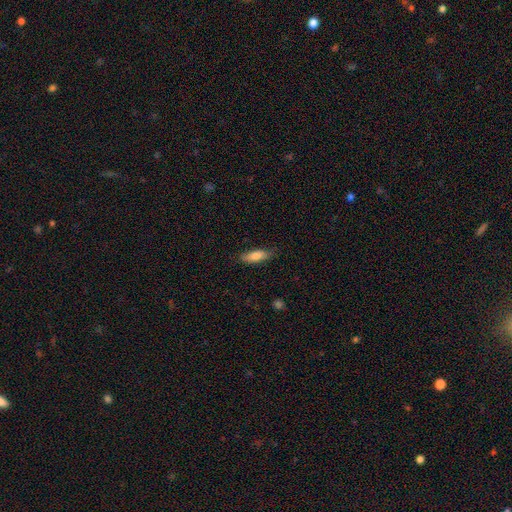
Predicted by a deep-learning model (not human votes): The model was most divided on "how rounded": in between: 54%, cigar-shaped: 44%, round: 2%. More confident: smooth or featured — smooth (82%); merging — none (80%).